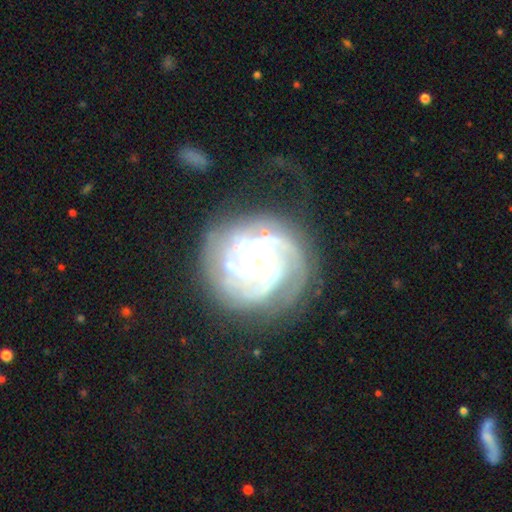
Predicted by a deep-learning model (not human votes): Q: Smooth or featured?
A: featured or disk (85%); runner-up: smooth (8%)
Q: Edge-on disk?
A: no (98%); runner-up: yes (2%)
Q: Bar?
A: no (65%); runner-up: weak (27%)
Q: Spiral arms?
A: yes (95%); runner-up: no (5%)
Q: Spiral winding?
A: tight (63%); runner-up: medium (30%)
Q: Spiral arm count?
A: 3 (24%); tied with: can't tell (24%)
Q: Bulge size?
A: moderate (47%); runner-up: small (46%)
Q: Merging?
A: none (71%); runner-up: minor disturbance (18%)